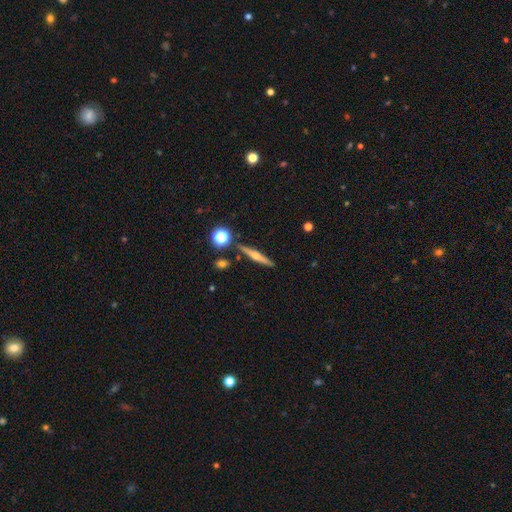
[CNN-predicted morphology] Smooth or featured? featured or disk (61%)
Edge-on disk? yes (97%)
Edge-on bulge? rounded (80%)
Merging? none (88%)